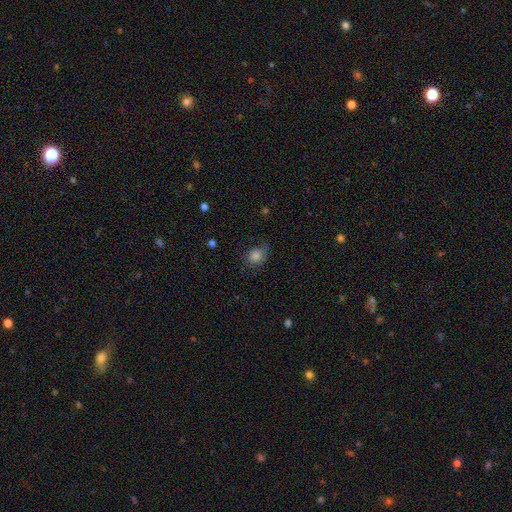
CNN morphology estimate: The model was most divided on "how rounded": round: 59%, in between: 40%, cigar-shaped: 1%. More confident: smooth or featured — smooth (70%); merging — none (61%).